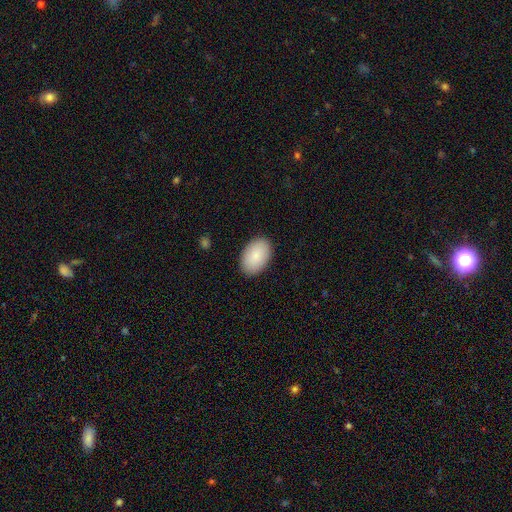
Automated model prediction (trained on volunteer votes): Q: Smooth or featured?
A: smooth (89%); runner-up: featured or disk (6%)
Q: How rounded?
A: in between (93%); runner-up: round (6%)
Q: Merging?
A: none (89%); runner-up: minor disturbance (8%)